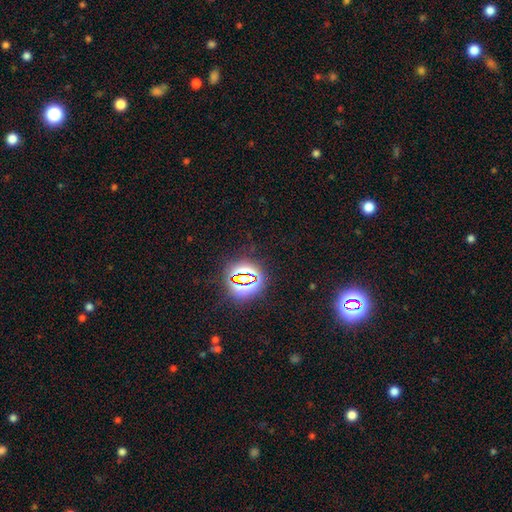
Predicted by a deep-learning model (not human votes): smooth_or_featured: star or artifact (p=0.81) [alt: smooth p=0.12]